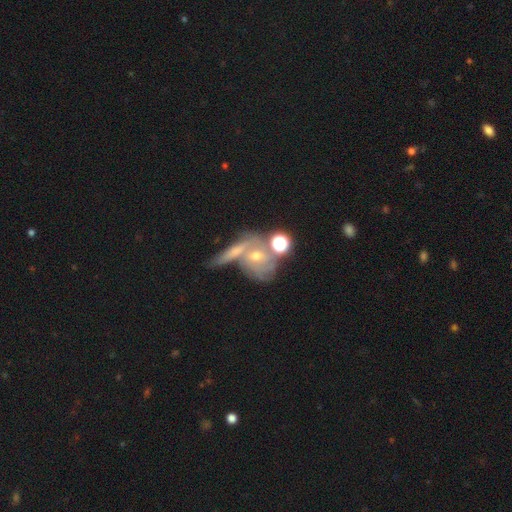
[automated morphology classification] Overall: featured or disk (56%; smooth 30%). Edge-on disk: no (87%). Merging: none (40%; merger 37%).